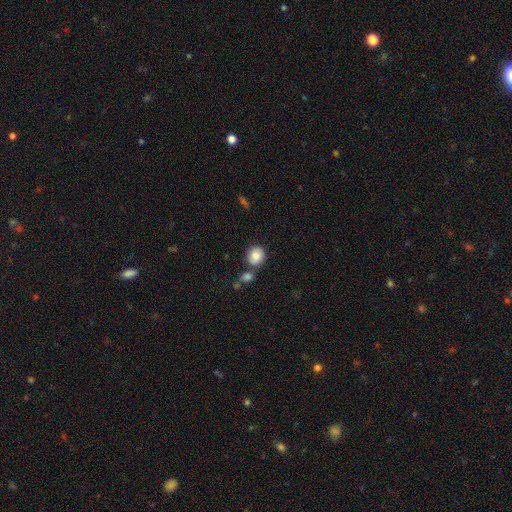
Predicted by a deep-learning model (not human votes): This appears to be a smooth galaxy with no disk features (84%) that is round (83%). Merging: none (67%).